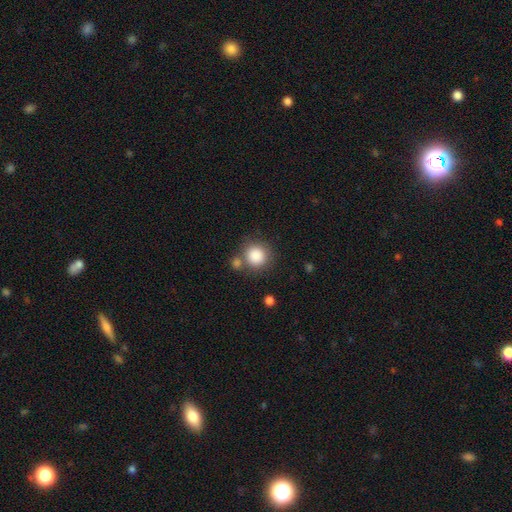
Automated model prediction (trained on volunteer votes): Q: Smooth or featured?
A: smooth (86%); runner-up: star or artifact (9%)
Q: How rounded?
A: round (92%); runner-up: in between (7%)
Q: Merging?
A: none (70%); runner-up: merger (15%)